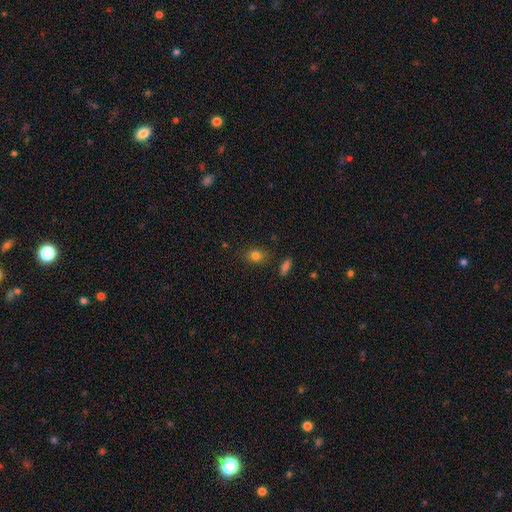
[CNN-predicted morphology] Smooth or featured? smooth (81%)
How rounded? in between (53%)
Merging? none (80%)